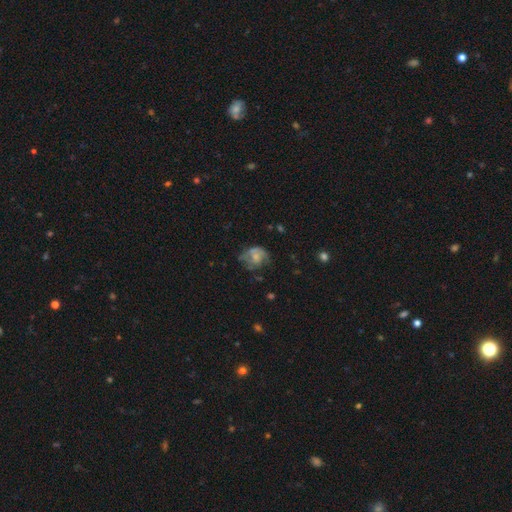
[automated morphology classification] Overall: smooth (45%; featured or disk 44%). Merging: none (39%; minor disturbance 29%).